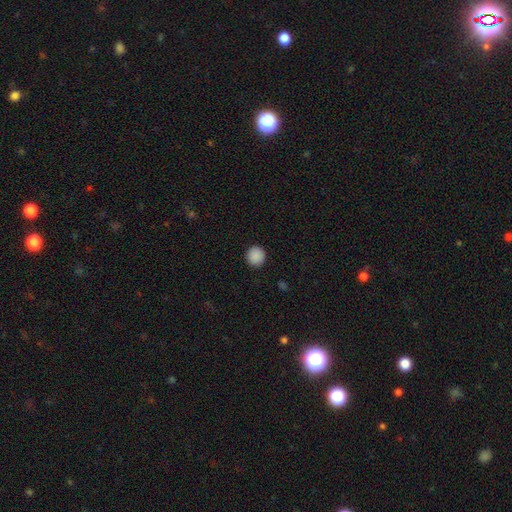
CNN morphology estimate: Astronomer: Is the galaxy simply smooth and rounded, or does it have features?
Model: smooth — 89%.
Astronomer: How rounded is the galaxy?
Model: round — 93%.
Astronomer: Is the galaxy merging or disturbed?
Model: none — 92%.